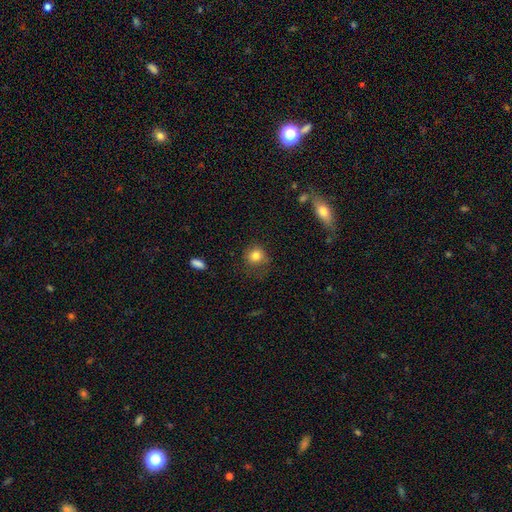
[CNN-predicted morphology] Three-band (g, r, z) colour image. It shows a smooth galaxy with no disk features (81%) that is round (84%). Merging: none (70%).